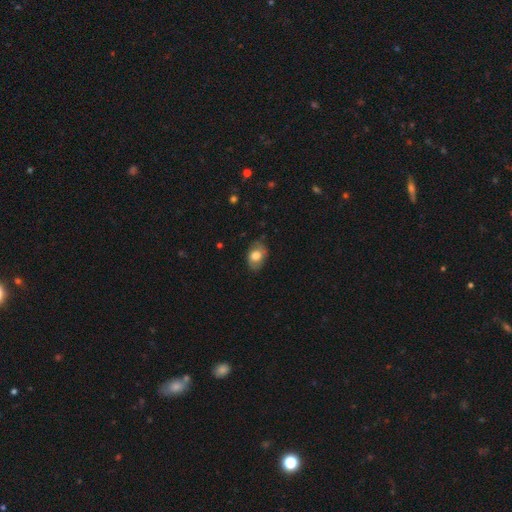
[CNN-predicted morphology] A smooth galaxy with no disk features (72%) that is in between round and cigar-shaped (80%).

Vote fractions:
- Smooth or featured? smooth: 72% / featured or disk: 21% / star or artifact: 7%
- How rounded? in between: 80% / round: 19% / cigar-shaped: 1%
- Merging? none: 72% / minor disturbance: 21% / major disturbance: 6% / merger: 1%